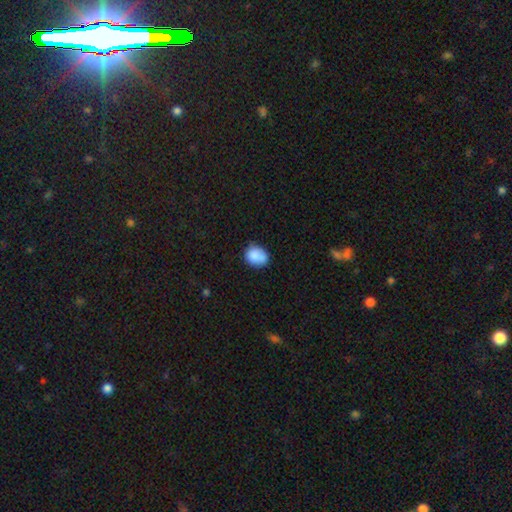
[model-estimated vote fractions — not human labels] Q: Smooth or featured?
A: smooth (84%); runner-up: star or artifact (8%)
Q: How rounded?
A: round (52%); runner-up: in between (47%)
Q: Merging?
A: none (61%); runner-up: minor disturbance (26%)